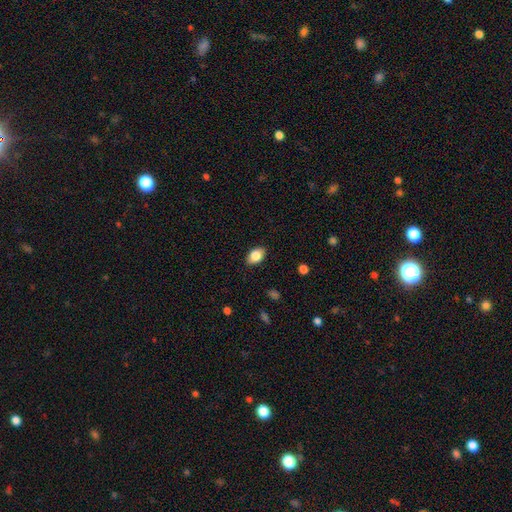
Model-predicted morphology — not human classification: Overall: smooth (84%). How rounded: in between (88%). Merging: none (87%).